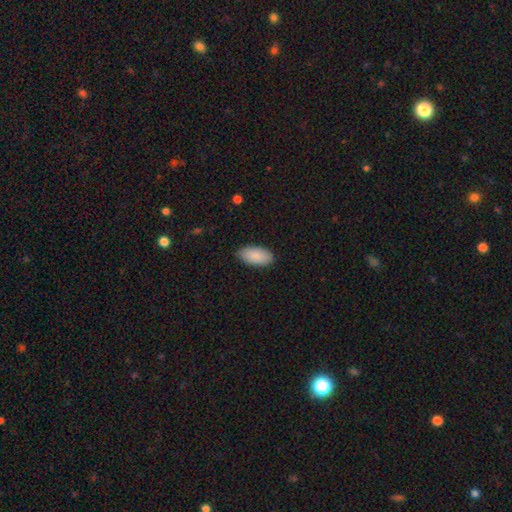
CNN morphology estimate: The model was most divided on "merging": none: 85%, minor disturbance: 12%, major disturbance: 2%, merger: 1%. More confident: how rounded — in between (94%); smooth or featured — smooth (89%).